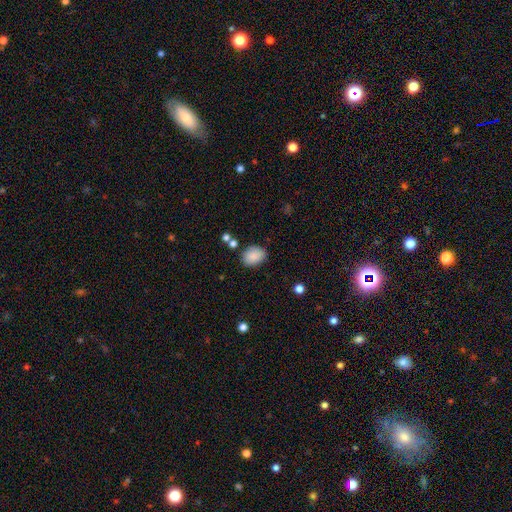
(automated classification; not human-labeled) A smooth galaxy with no disk features (88%) that is in between round and cigar-shaped (68%). Merging: none (79%).